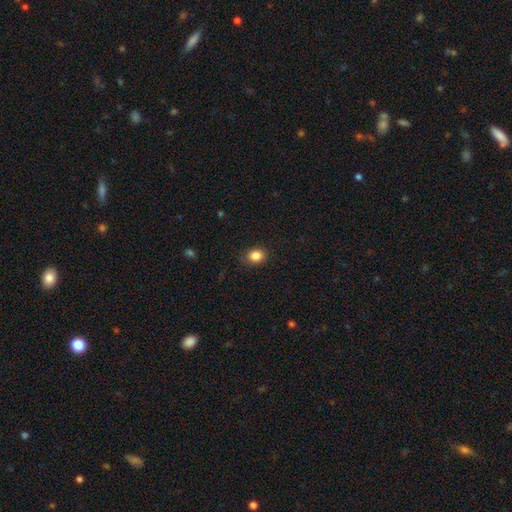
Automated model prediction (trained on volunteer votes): smooth-or-featured: smooth: 85% | star or artifact: 10% | featured or disk: 4%
  how-rounded: round: 52% | in between: 47% | cigar-shaped: 1%
  merging: none: 86% | minor disturbance: 11% | major disturbance: 3% | merger: 1%